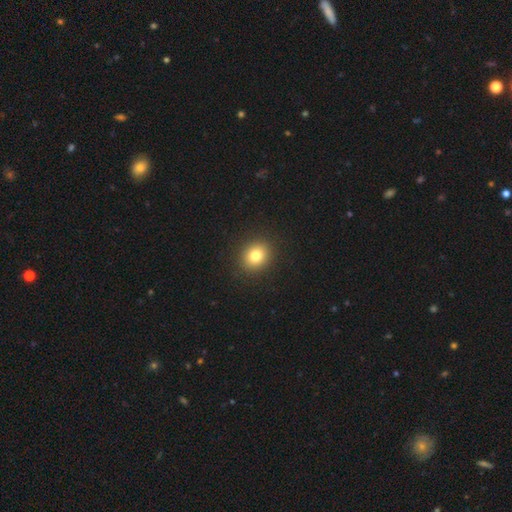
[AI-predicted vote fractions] Morphology: type=smooth (80%); roundness=round (73%); merging=none (91%).